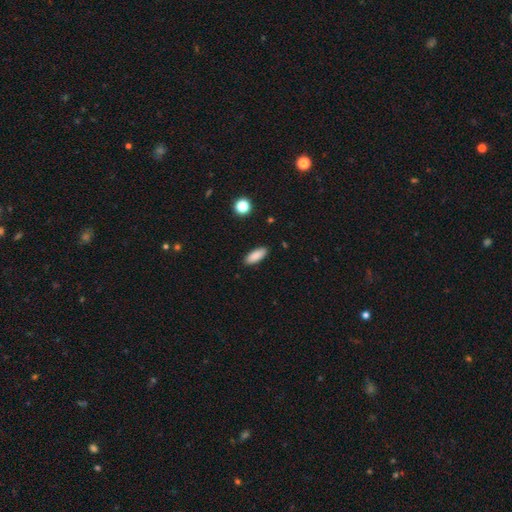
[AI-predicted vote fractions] A smooth galaxy with no disk features (88%) that is in between round and cigar-shaped (74%). Merging: none (89%).